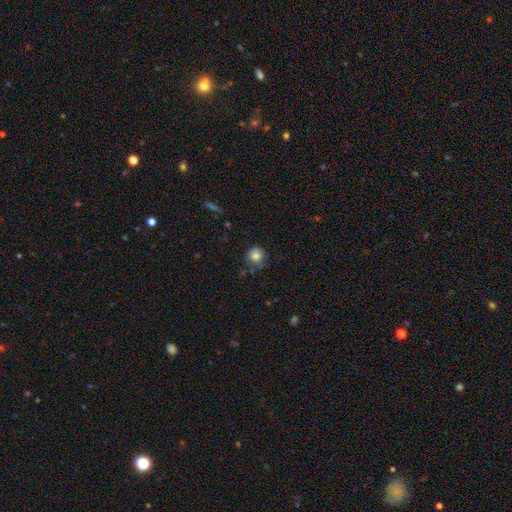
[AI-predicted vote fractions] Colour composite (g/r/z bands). It shows a smooth galaxy with no disk features (82%) that is round (90%). Merging: none (71%).